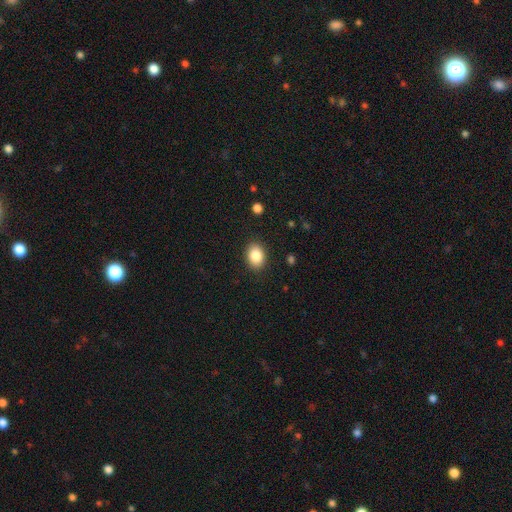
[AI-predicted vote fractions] Morphology: type=smooth (86%); roundness=in between (68%); merging=none (89%).